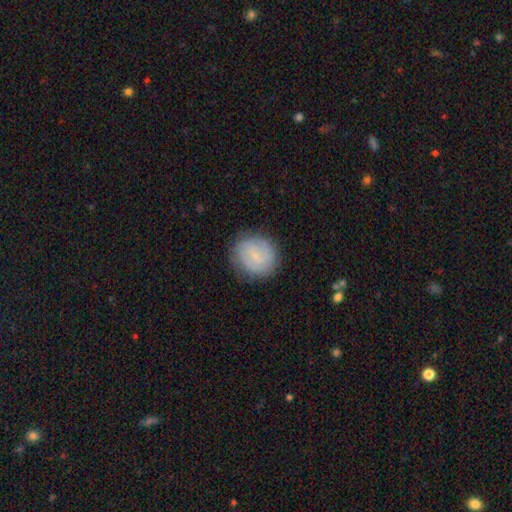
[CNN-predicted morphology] The model was most divided on "smooth or featured": smooth: 54%, featured or disk: 38%, star or artifact: 8%. More confident: how rounded — round (84%); merging — none (82%).